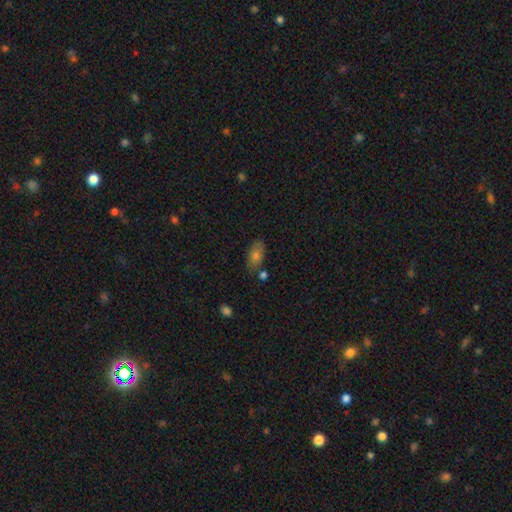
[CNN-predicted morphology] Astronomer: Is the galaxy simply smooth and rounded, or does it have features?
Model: smooth — 71%.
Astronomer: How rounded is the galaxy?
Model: in between — 86%.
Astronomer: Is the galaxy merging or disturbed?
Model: none — 76%.